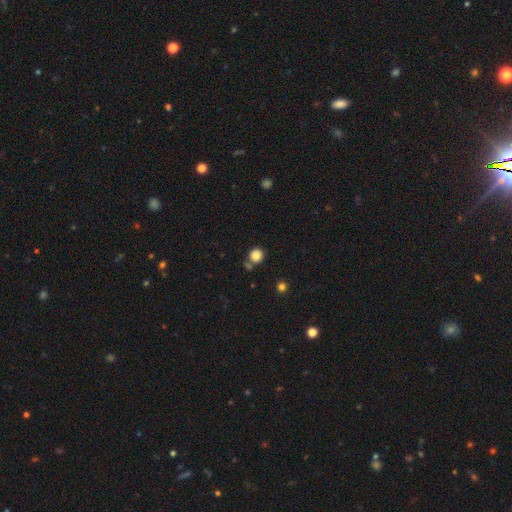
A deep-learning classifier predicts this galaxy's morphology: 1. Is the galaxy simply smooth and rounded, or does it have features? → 84% smooth, 11% star or artifact, 5% featured or disk.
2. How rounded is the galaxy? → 88% round, 11% in between, 1% cigar-shaped.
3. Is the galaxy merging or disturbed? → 71% none, 14% merger, 11% minor disturbance, 3% major disturbance.